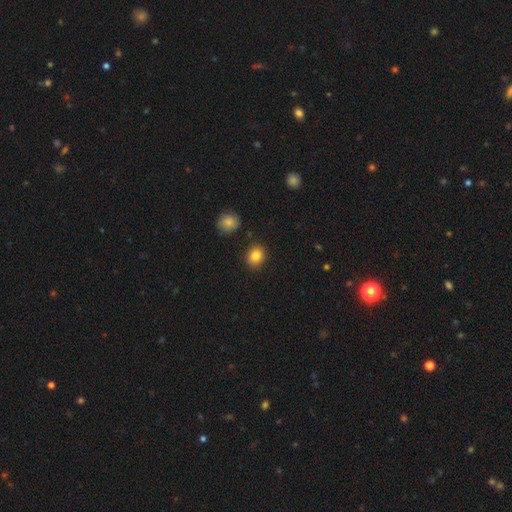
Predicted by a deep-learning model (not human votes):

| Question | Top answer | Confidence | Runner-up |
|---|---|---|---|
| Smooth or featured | smooth | 84% | star or artifact (10%) |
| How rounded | round | 69% | in between (30%) |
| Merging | none | 88% | minor disturbance (8%) |